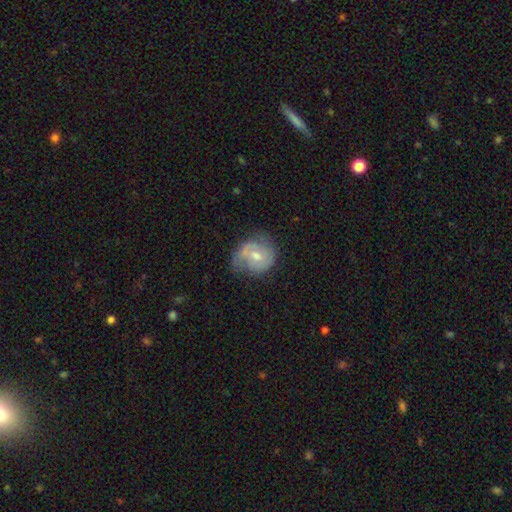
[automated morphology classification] featured or disk 56%, smooth 37%, star or artifact 7%. Down the decision tree: edge-on disk — no (97%); bar — no (50%); spiral arms — yes (75%); bulge size — moderate (63%); merging — none (49%).